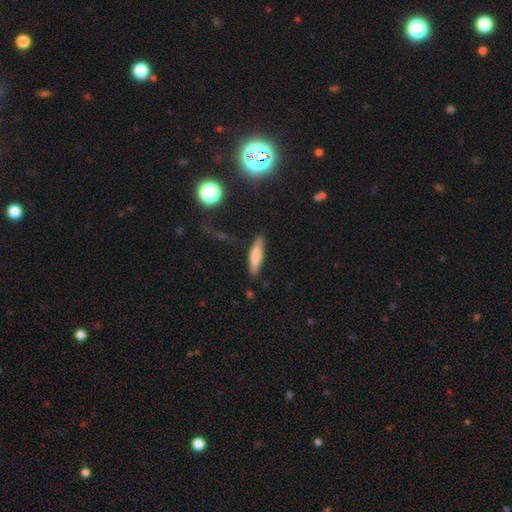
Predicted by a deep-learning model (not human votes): This is likely a smooth galaxy (75%). How rounded: likely cigar-shaped (74%). Merging: likely none (80%).